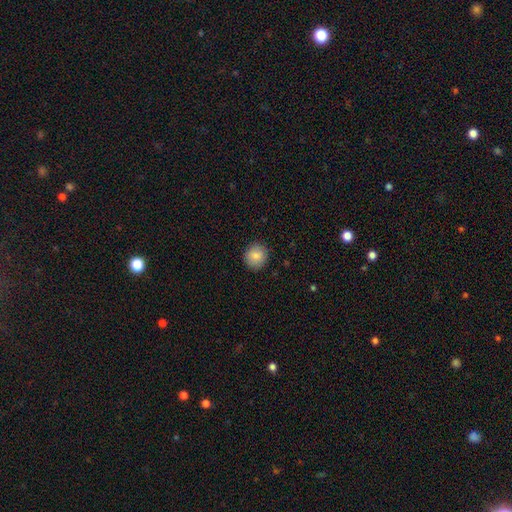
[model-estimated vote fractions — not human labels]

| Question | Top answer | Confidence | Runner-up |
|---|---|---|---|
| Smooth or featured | smooth | 86% | star or artifact (8%) |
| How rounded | round | 90% | in between (9%) |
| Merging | none | 90% | minor disturbance (7%) |